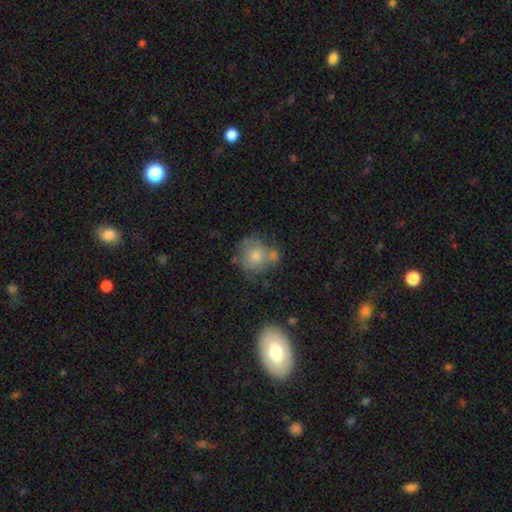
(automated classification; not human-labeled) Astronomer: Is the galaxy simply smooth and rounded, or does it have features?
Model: smooth — 65%.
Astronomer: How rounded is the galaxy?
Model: round — 84%.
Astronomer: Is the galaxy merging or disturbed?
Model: none — 45% (runner-up: merger, 23%).